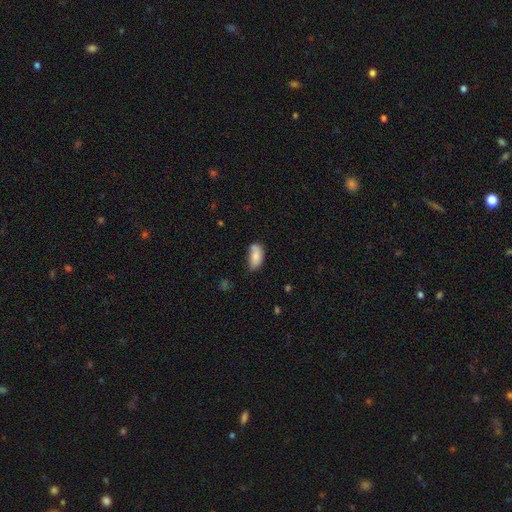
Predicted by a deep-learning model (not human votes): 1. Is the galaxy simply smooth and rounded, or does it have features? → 81% smooth, 12% featured or disk, 7% star or artifact.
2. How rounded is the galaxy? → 91% in between, 5% cigar-shaped, 3% round.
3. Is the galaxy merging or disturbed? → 52% none, 30% minor disturbance, 10% merger, 7% major disturbance.